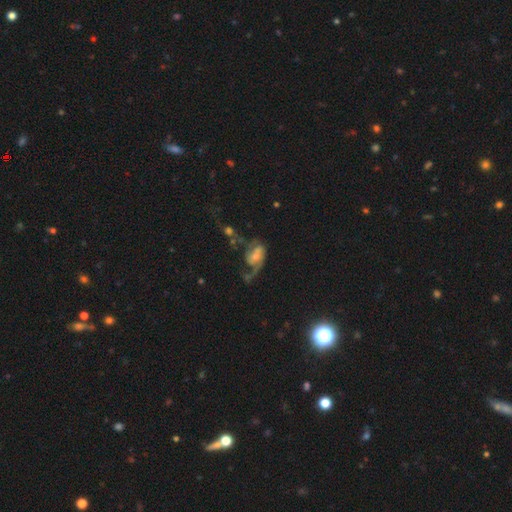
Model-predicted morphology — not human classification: Smooth or featured? featured or disk (62%)
Edge-on disk? no (96%)
Bar? no (53%)
Spiral arms? yes (77%)
Bulge size? moderate (38%, tied with small)
Merging? major disturbance (47%)